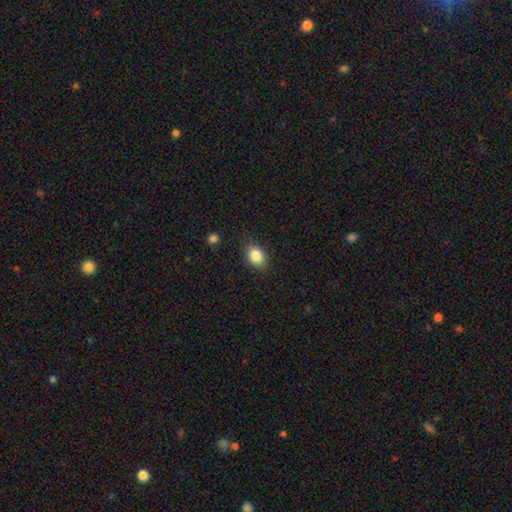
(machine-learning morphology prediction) Smooth or featured?
  - smooth: 86% *
  - star or artifact: 9%
  - featured or disk: 6%
How rounded?
  - in between: 66% *
  - round: 33%
  - cigar-shaped: 1%
Merging?
  - none: 83% *
  - minor disturbance: 12%
  - major disturbance: 3%
  - merger: 1%